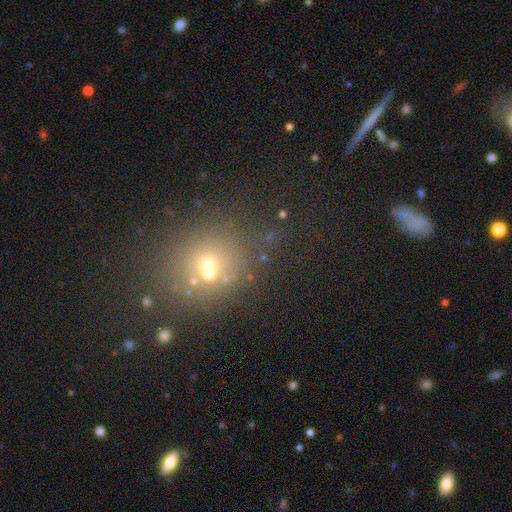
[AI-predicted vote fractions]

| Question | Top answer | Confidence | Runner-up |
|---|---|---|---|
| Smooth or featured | smooth | 50% | star or artifact (36%) |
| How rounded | round | 65% | in between (32%) |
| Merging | none | 74% | minor disturbance (13%) |